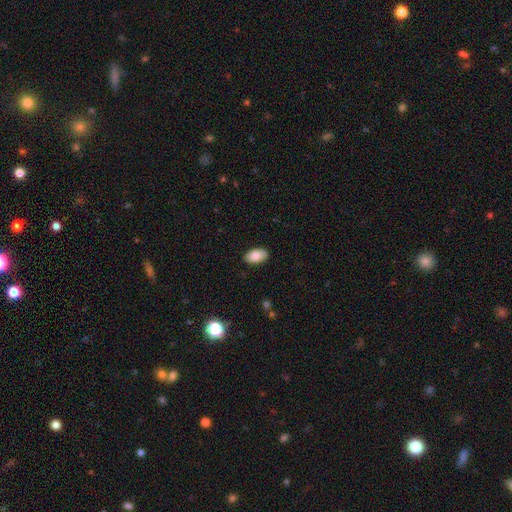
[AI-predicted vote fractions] Q: Smooth or featured?
A: smooth (86%); runner-up: featured or disk (8%)
Q: How rounded?
A: in between (94%); runner-up: round (4%)
Q: Merging?
A: none (88%); runner-up: minor disturbance (9%)